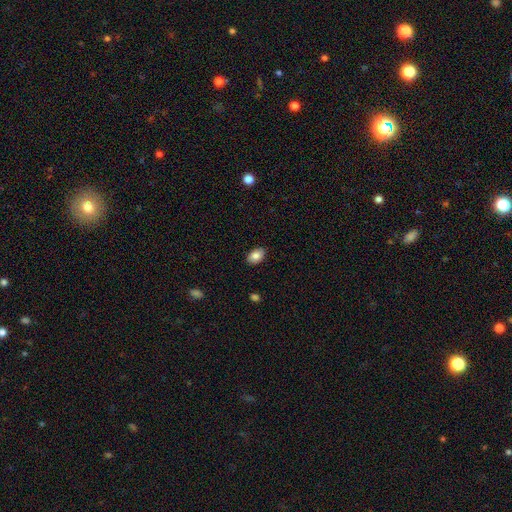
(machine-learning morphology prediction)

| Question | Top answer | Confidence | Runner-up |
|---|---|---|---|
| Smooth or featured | smooth | 84% | featured or disk (8%) |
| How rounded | in between | 87% | round (12%) |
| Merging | none | 88% | minor disturbance (9%) |